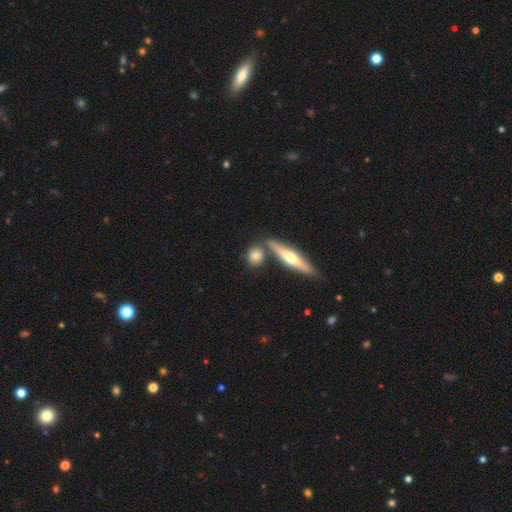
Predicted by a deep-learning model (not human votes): This appears to be a smooth galaxy with no disk features (72%) that is round (51%). Merging: none (68%).